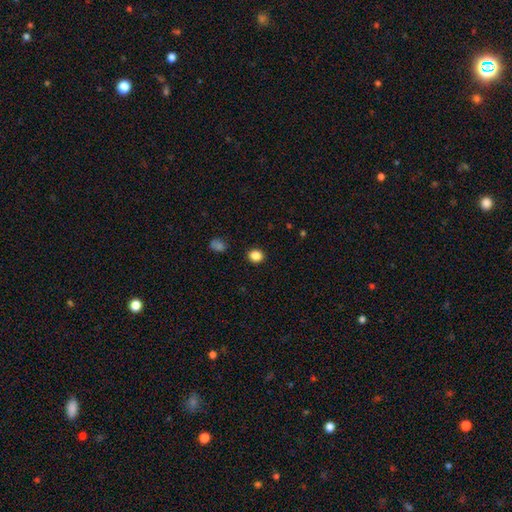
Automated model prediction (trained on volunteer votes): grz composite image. It shows a smooth galaxy with no disk features (86%) that is round (81%). Merging: none (91%).